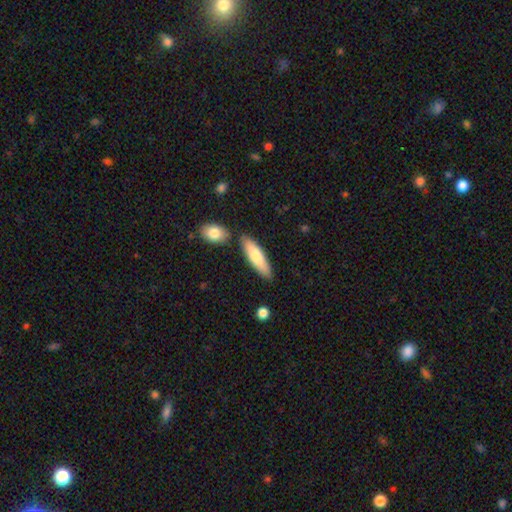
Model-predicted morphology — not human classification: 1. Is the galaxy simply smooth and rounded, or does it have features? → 75% smooth, 20% featured or disk, 5% star or artifact.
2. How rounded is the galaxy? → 63% cigar-shaped, 35% in between, 2% round.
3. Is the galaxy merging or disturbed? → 79% none, 11% minor disturbance, 8% merger, 2% major disturbance.